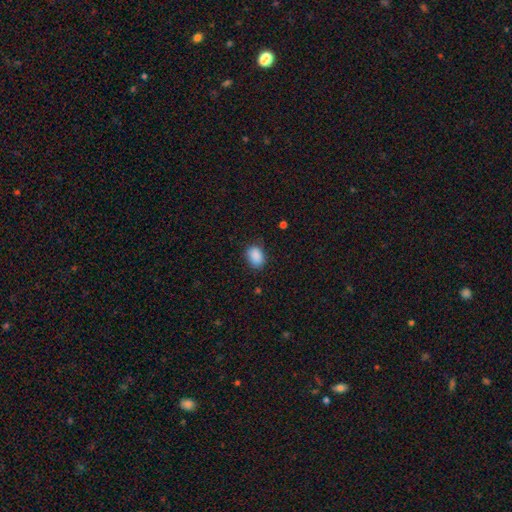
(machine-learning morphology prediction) A smooth galaxy with no disk features (89%) that is in between round and cigar-shaped (74%). Merging: none (79%).